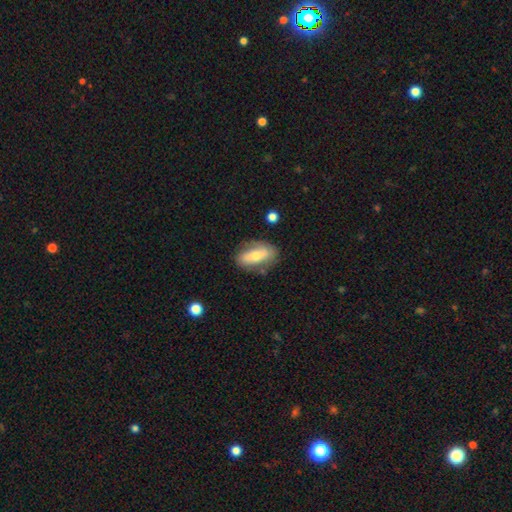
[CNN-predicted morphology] smooth 51%, featured or disk 42%, star or artifact 7%. Down the decision tree: how rounded — in between (83%); merging — none (75%).